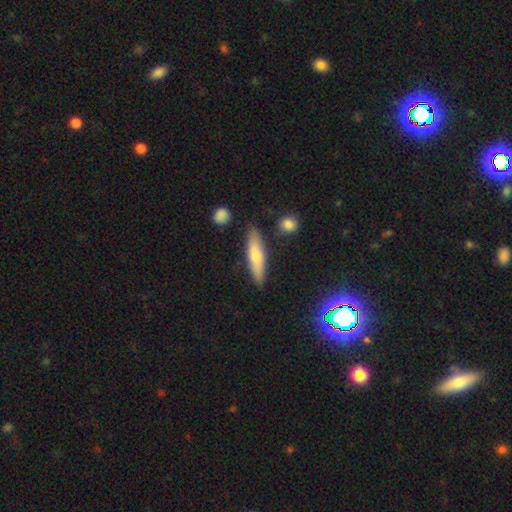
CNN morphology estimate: Smooth or featured: smooth — 56% (featured or disk — 34%)
How rounded: cigar-shaped — 78% (in between — 19%)
Merging: none — 86% (minor disturbance — 10%)